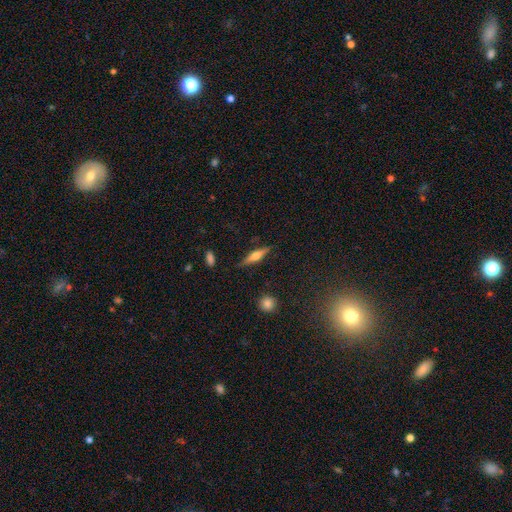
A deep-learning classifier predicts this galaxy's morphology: This appears to be a featured or disk galaxy (55%) viewed edge-on (95%) with a rounded central bulge (85%). Merging: none (86%).